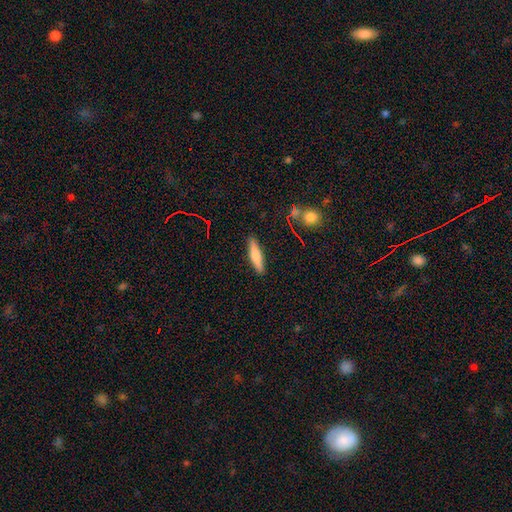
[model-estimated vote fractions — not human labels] This appears to be a smooth galaxy with no disk features (68%) that is cigar-shaped (81%). Merging: none (89%).